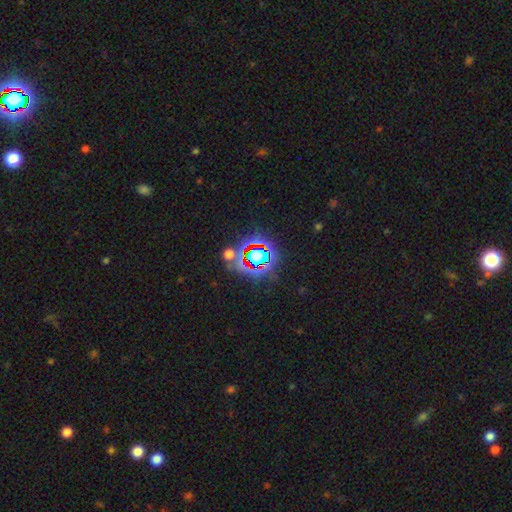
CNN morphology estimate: Smooth or featured? Predicted: star or artifact (p=0.68).